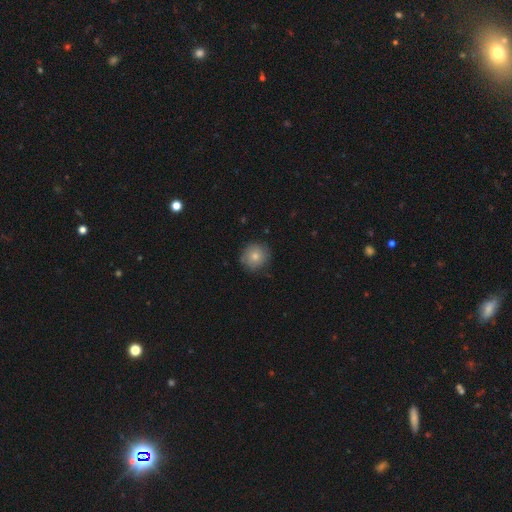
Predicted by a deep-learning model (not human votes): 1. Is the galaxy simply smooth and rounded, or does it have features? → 67% smooth, 21% featured or disk, 13% star or artifact.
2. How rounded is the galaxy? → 93% round, 6% in between, 1% cigar-shaped.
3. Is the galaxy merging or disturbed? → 85% none, 11% minor disturbance, 3% major disturbance, 1% merger.